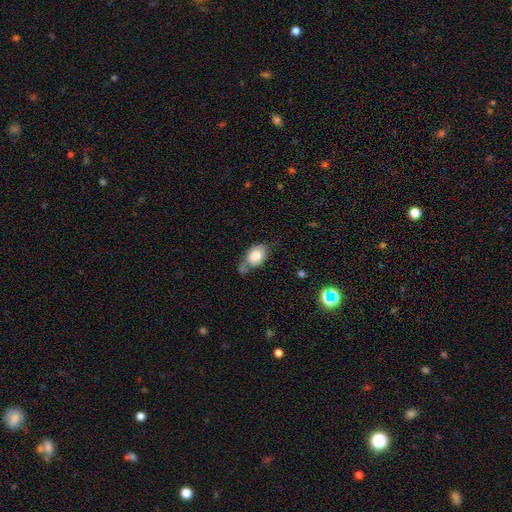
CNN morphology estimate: A smooth galaxy with no disk features (78%) that is in between round and cigar-shaped (78%). Merging: none (45%).